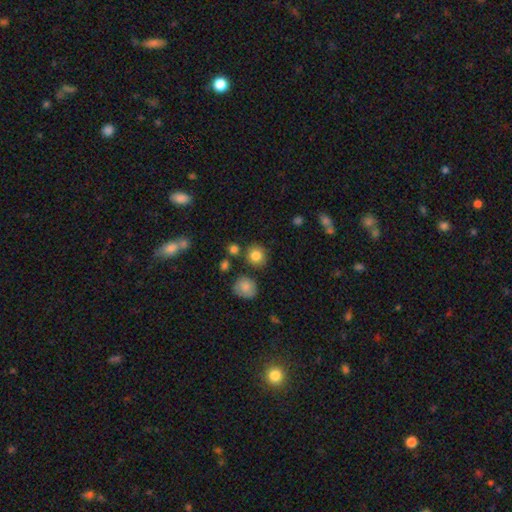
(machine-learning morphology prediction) smooth-or-featured: smooth: 82% | star or artifact: 11% | featured or disk: 7%
  how-rounded: round: 88% | in between: 11% | cigar-shaped: 1%
  merging: none: 79% | minor disturbance: 11% | merger: 7% | major disturbance: 3%